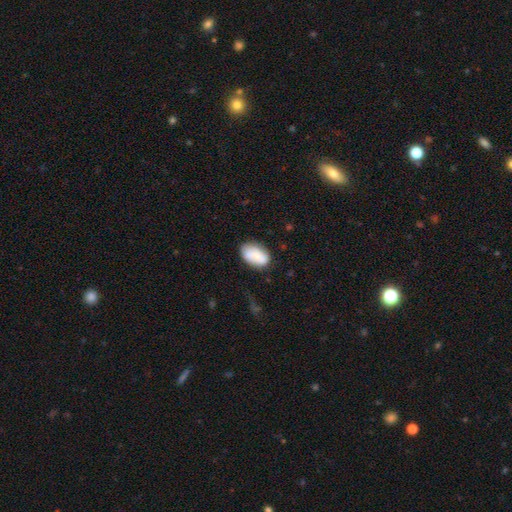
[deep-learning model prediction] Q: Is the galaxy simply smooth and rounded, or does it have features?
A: smooth — 74%.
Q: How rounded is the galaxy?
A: in between — 92%.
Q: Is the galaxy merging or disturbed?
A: none — 70%.